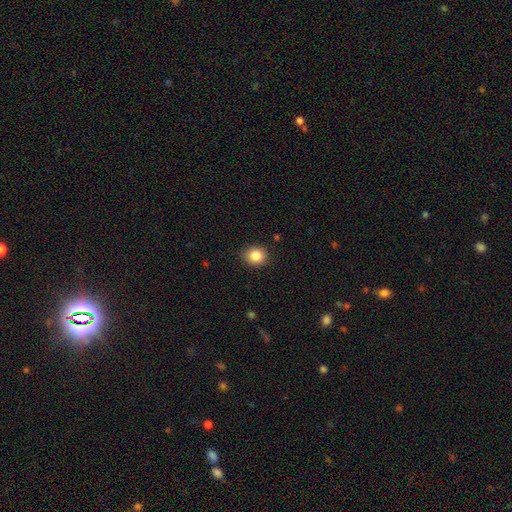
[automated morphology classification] Smooth or featured?
  - smooth: 86% *
  - star or artifact: 9%
  - featured or disk: 5%
How rounded?
  - round: 74% *
  - in between: 25%
  - cigar-shaped: 1%
Merging?
  - none: 86% *
  - minor disturbance: 11%
  - major disturbance: 2%
  - merger: 1%